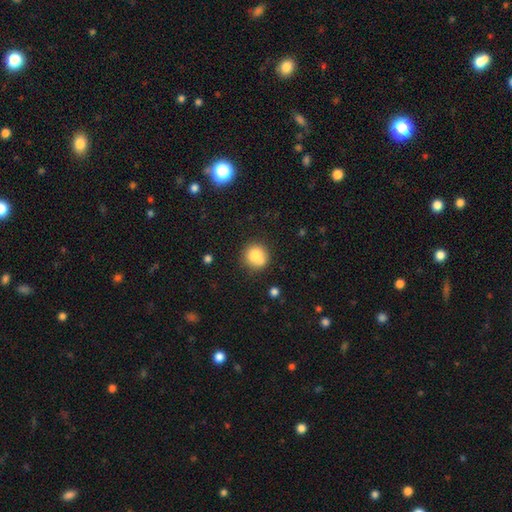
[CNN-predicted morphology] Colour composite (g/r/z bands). It shows a smooth galaxy with no disk features (78%) that is round (90%). Merging: none (66%).